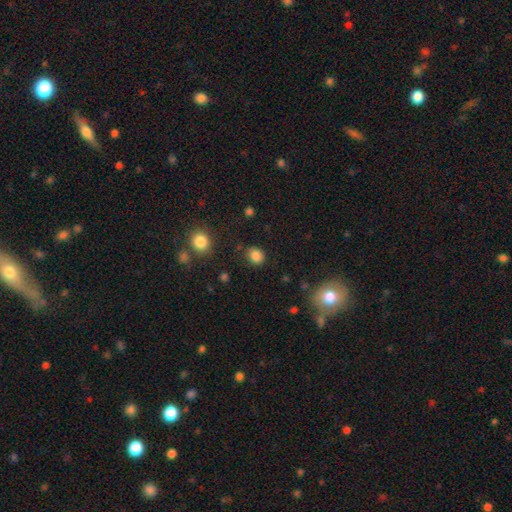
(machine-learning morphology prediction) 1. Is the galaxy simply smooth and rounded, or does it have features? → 85% smooth, 11% star or artifact, 4% featured or disk.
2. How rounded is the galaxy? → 60% round, 39% in between, 1% cigar-shaped.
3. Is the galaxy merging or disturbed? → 84% none, 10% minor disturbance, 3% major disturbance, 2% merger.